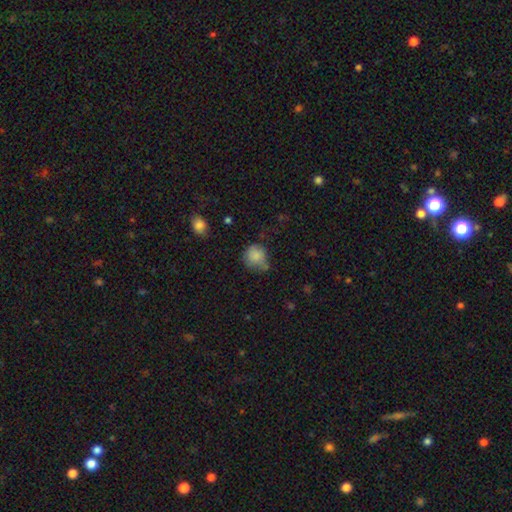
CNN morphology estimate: This is likely a smooth galaxy (78%). How rounded: likely round (74%). Merging: possibly none (48%).